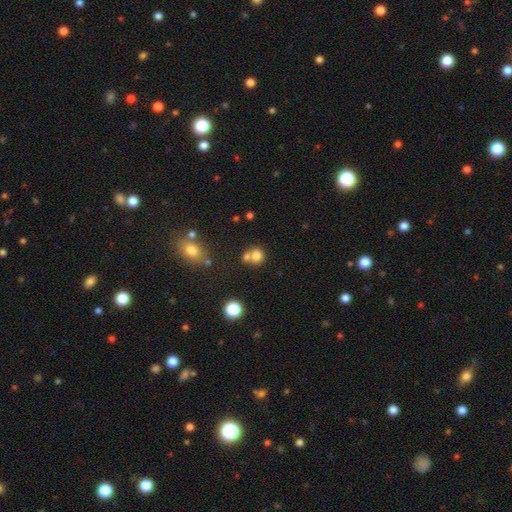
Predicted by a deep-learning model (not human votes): Smooth or featured?
  - smooth: 76% *
  - star or artifact: 13%
  - featured or disk: 11%
How rounded?
  - round: 76% *
  - in between: 23%
  - cigar-shaped: 1%
Merging?
  - merger: 45% *
  - none: 42%
  - minor disturbance: 9%
  - major disturbance: 4%